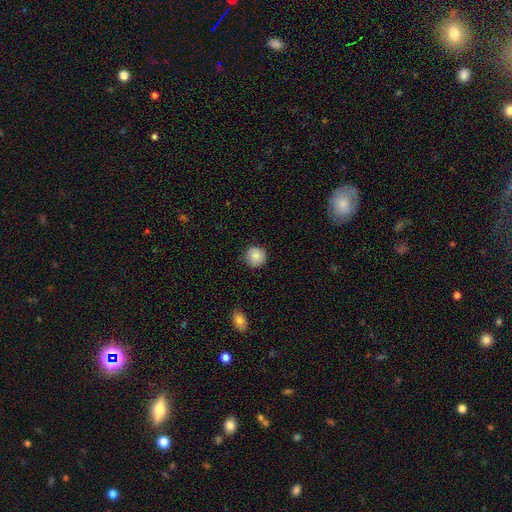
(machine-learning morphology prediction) Smooth or featured?
  - smooth: 87% *
  - star or artifact: 8%
  - featured or disk: 6%
How rounded?
  - round: 94% *
  - in between: 5%
  - cigar-shaped: 1%
Merging?
  - none: 87% *
  - minor disturbance: 10%
  - major disturbance: 2%
  - merger: 1%